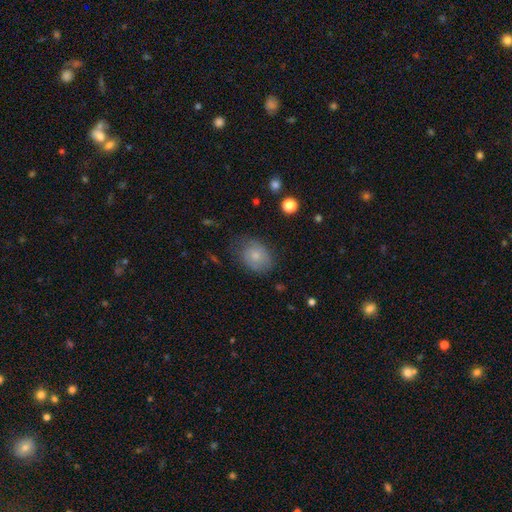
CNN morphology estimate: Overall: smooth (71%). How rounded: in between (65%; round 34%). Merging: none (63%; minor disturbance 26%).